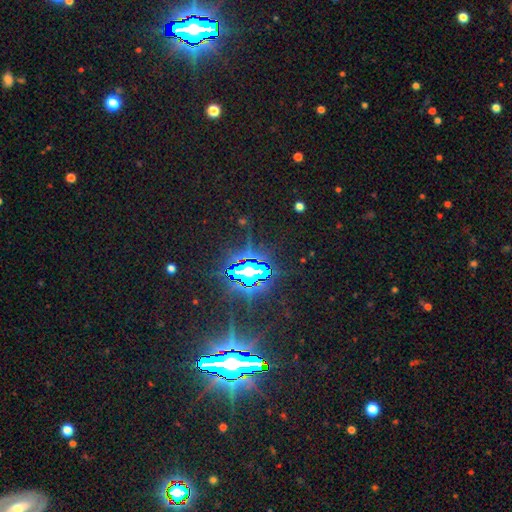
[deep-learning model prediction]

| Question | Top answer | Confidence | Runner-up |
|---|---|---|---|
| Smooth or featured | star or artifact | 86% | smooth (7%) |